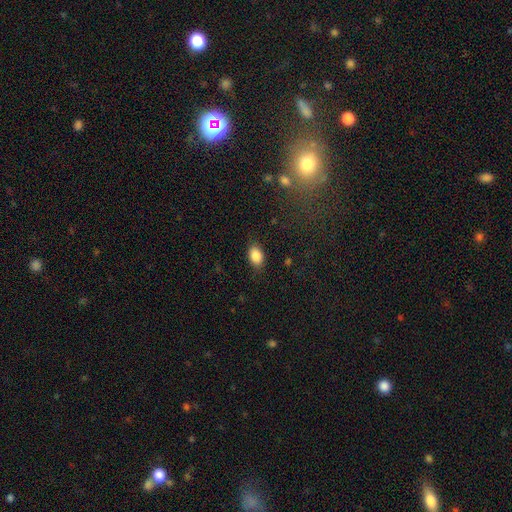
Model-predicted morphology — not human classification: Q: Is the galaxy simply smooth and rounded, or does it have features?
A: smooth — 87%.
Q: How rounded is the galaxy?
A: in between — 87%.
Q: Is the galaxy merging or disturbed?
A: none — 82%.